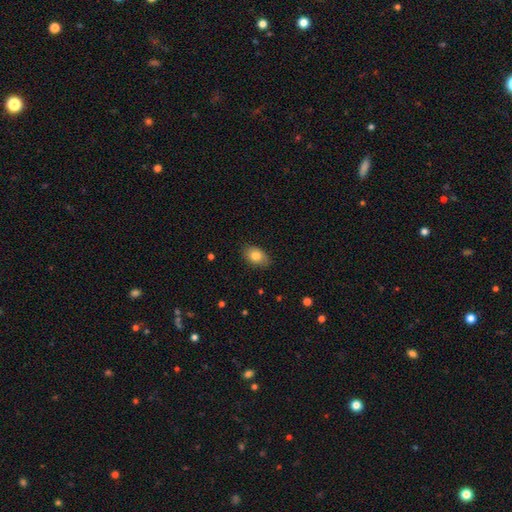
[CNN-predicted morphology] This is clearly a smooth galaxy (81%). How rounded: clearly in between (86%). Merging: clearly none (83%).